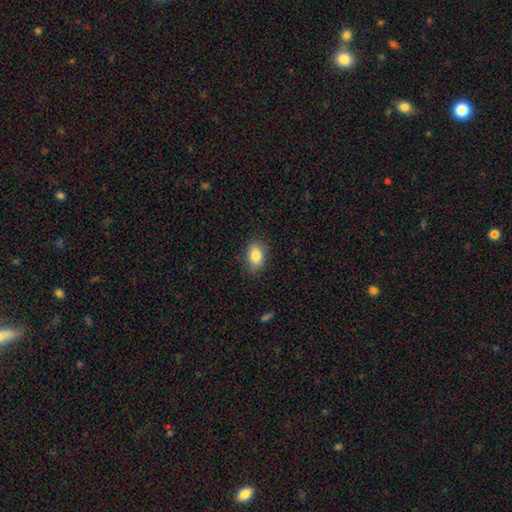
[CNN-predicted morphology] The model was most divided on "how rounded": in between: 81%, round: 17%, cigar-shaped: 2%. More confident: merging — none (84%); smooth or featured — smooth (83%).